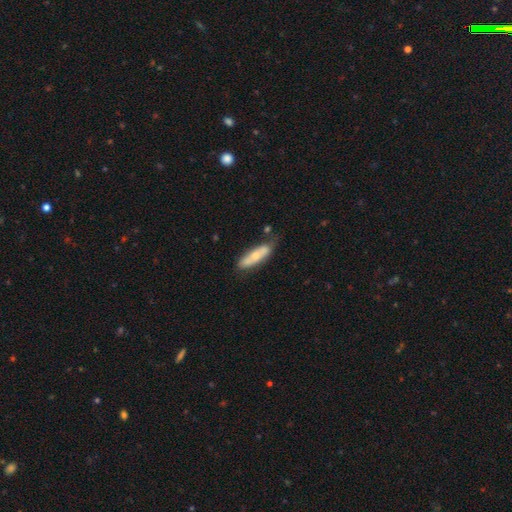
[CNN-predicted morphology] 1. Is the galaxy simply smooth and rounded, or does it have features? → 55% smooth, 39% featured or disk, 6% star or artifact.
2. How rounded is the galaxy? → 53% cigar-shaped, 44% in between, 2% round.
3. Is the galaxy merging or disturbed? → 62% none, 24% minor disturbance, 8% merger, 6% major disturbance.